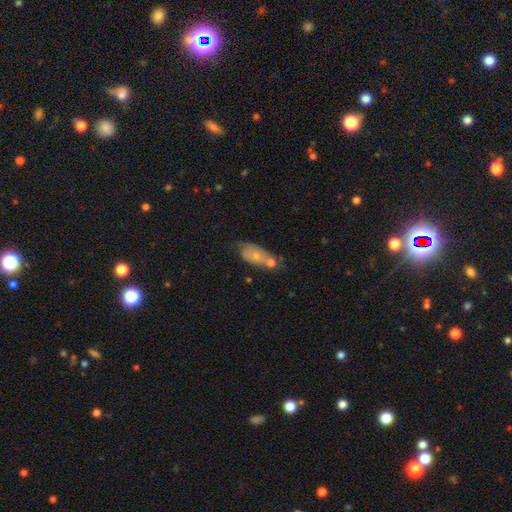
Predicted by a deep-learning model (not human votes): Morphology: type=smooth (60%); roundness=in between (82%); merging=merger (36%).